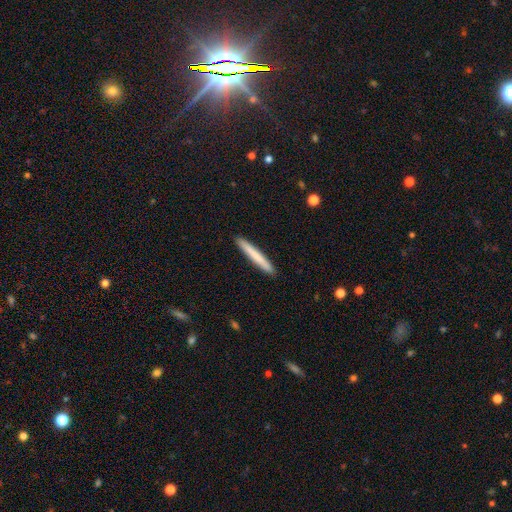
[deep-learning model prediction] smooth-or-featured: smooth: 74% | featured or disk: 21% | star or artifact: 5%
  how-rounded: cigar-shaped: 97% | in between: 2% | round: 1%
  merging: none: 93% | minor disturbance: 5% | major disturbance: 1% | merger: 1%